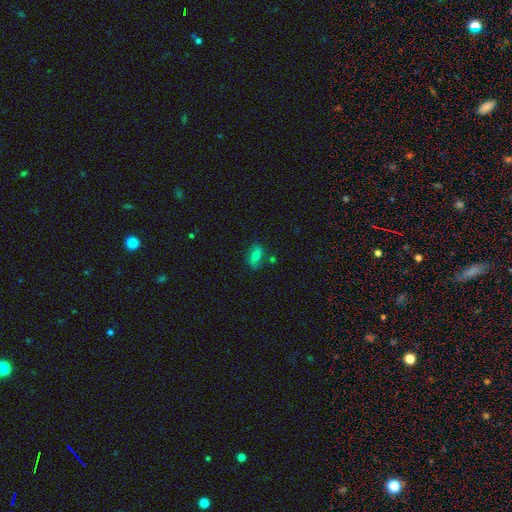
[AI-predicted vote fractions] Overall: smooth (67%). How rounded: in between (82%). Merging: none (72%).